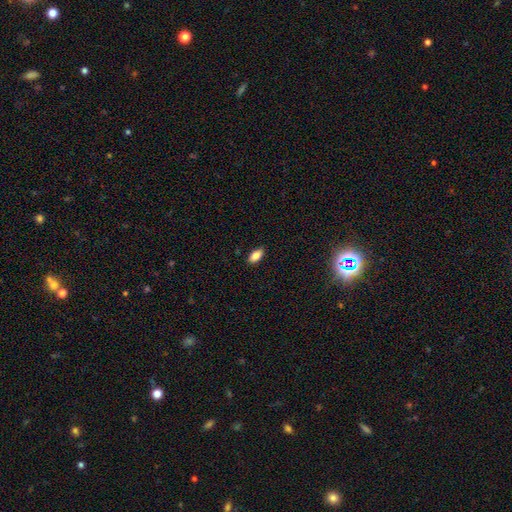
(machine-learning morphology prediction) smooth 82%, featured or disk 10%, star or artifact 8%. Down the decision tree: how rounded — in between (90%); merging — none (88%).